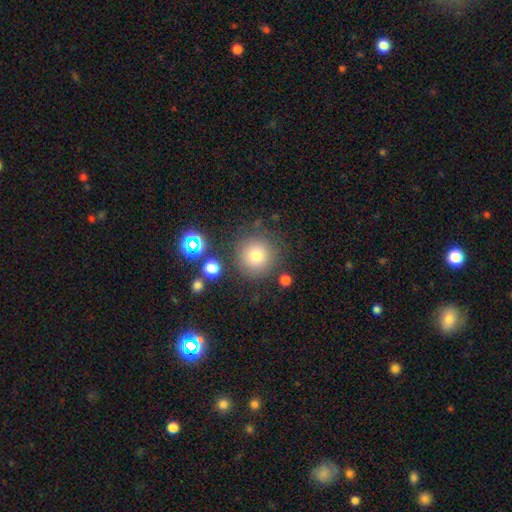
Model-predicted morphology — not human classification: Q: Smooth or featured?
A: smooth (77%); runner-up: star or artifact (14%)
Q: How rounded?
A: round (95%); runner-up: in between (4%)
Q: Merging?
A: none (82%); runner-up: minor disturbance (10%)